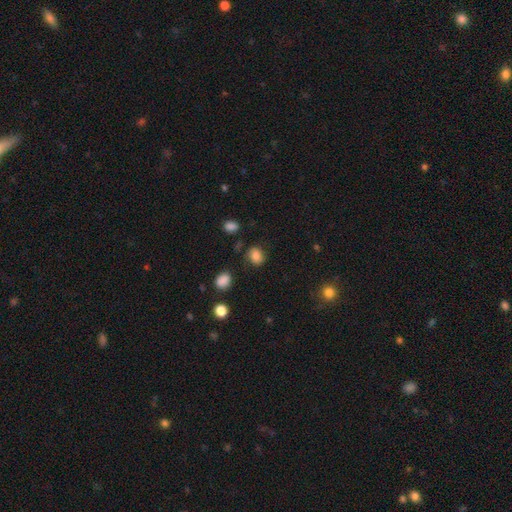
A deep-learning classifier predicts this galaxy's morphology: Q: Smooth or featured?
A: smooth (83%); runner-up: star or artifact (11%)
Q: How rounded?
A: round (60%); runner-up: in between (39%)
Q: Merging?
A: none (79%); runner-up: minor disturbance (13%)